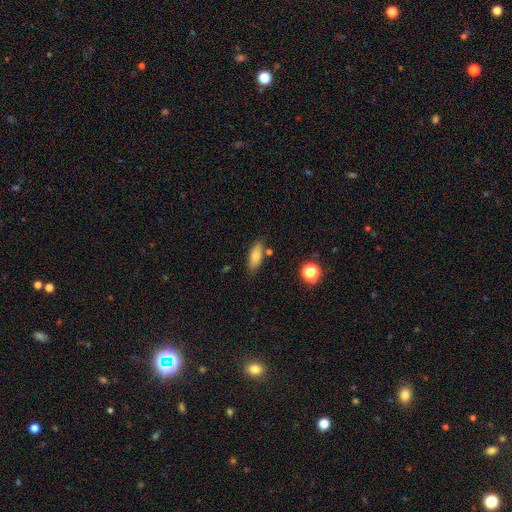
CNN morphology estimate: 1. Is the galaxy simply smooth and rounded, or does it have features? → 78% smooth, 14% featured or disk, 8% star or artifact.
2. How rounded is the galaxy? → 78% in between, 18% cigar-shaped, 4% round.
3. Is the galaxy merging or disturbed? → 79% none, 13% minor disturbance, 5% merger, 3% major disturbance.